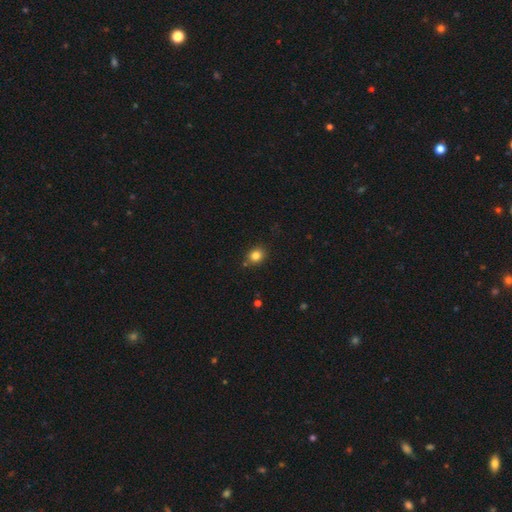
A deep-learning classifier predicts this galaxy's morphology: smooth_or_featured: smooth (p=0.82) [alt: star or artifact p=0.12]
how_rounded: round (p=0.68) [alt: in between p=0.31]
merging: none (p=0.83) [alt: minor disturbance p=0.11]